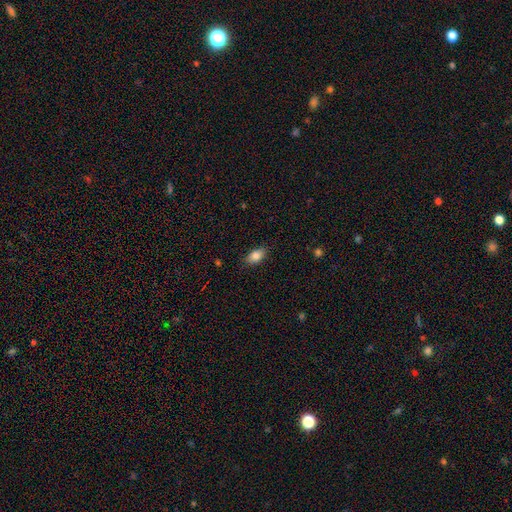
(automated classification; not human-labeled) Smooth or featured? smooth (84%)
How rounded? in between (90%)
Merging? none (85%)